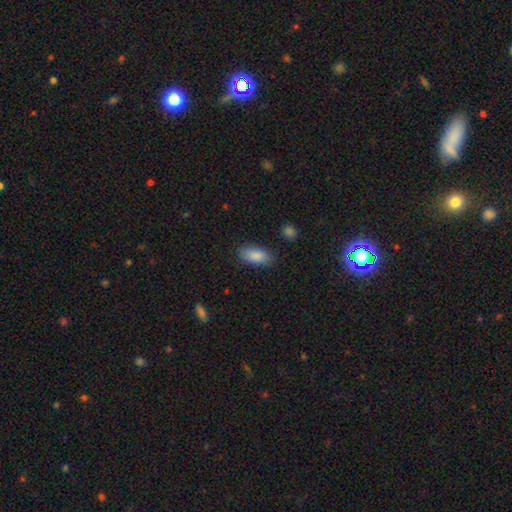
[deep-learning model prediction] The model was most divided on "merging": none: 82%, minor disturbance: 13%, major disturbance: 3%, merger: 2%. More confident: how rounded — in between (89%); smooth or featured — smooth (87%).